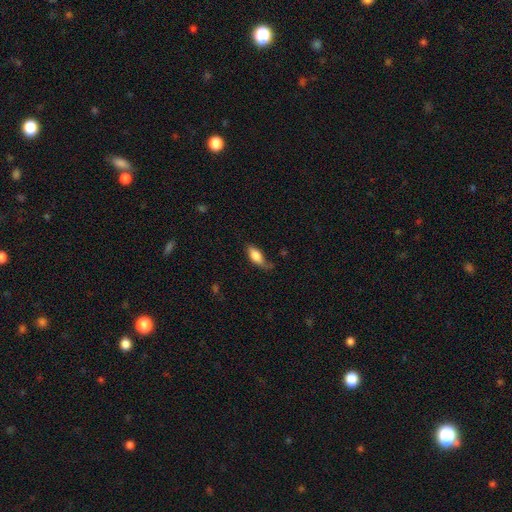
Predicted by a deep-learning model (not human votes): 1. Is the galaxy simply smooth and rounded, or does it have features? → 77% smooth, 17% featured or disk, 7% star or artifact.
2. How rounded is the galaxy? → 81% in between, 16% cigar-shaped, 3% round.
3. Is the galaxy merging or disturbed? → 48% none, 35% minor disturbance, 14% major disturbance, 3% merger.